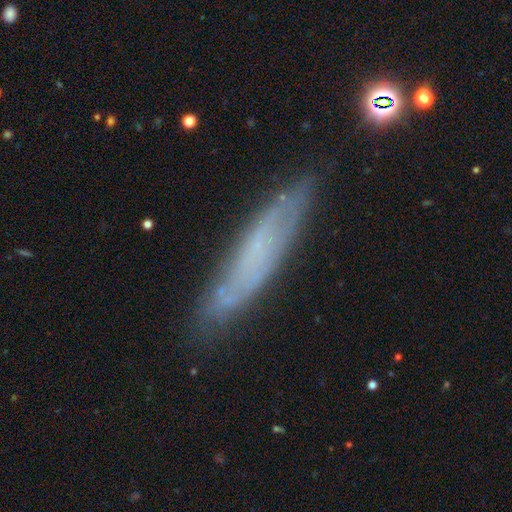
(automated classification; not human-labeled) Overall: featured or disk (50%; smooth 41%). Merging: none (78%).